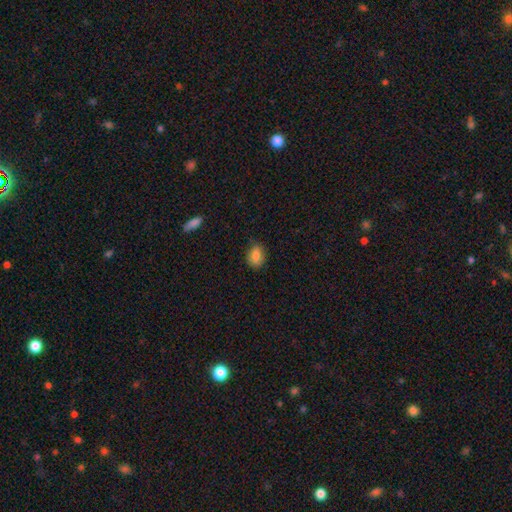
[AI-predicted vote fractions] Smooth or featured? smooth (84%)
How rounded? in between (71%)
Merging? none (78%)